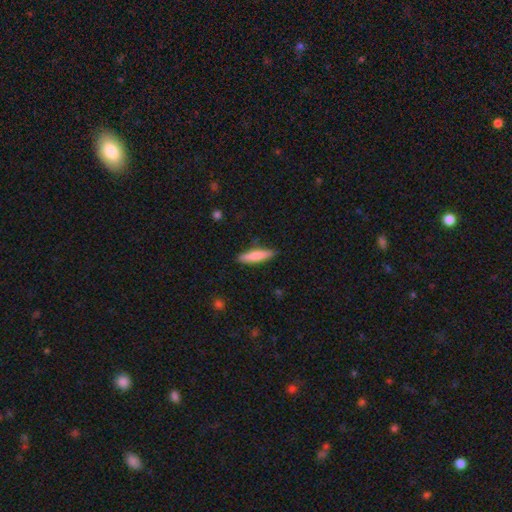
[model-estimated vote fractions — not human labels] Smooth or featured? smooth (76%)
How rounded? cigar-shaped (81%)
Merging? none (86%)